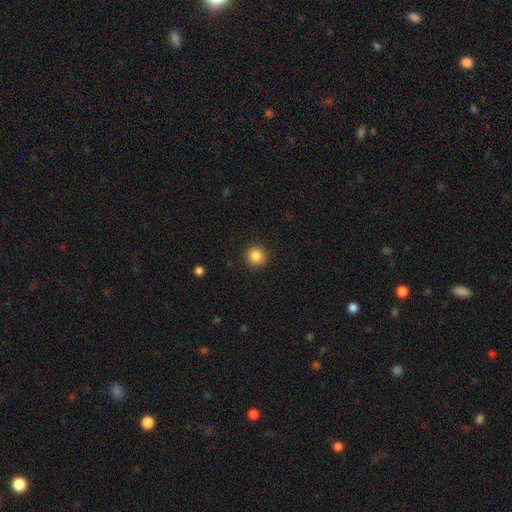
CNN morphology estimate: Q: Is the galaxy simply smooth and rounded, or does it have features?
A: smooth — 86%.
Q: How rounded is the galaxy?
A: round — 94%.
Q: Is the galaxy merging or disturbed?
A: none — 92%.